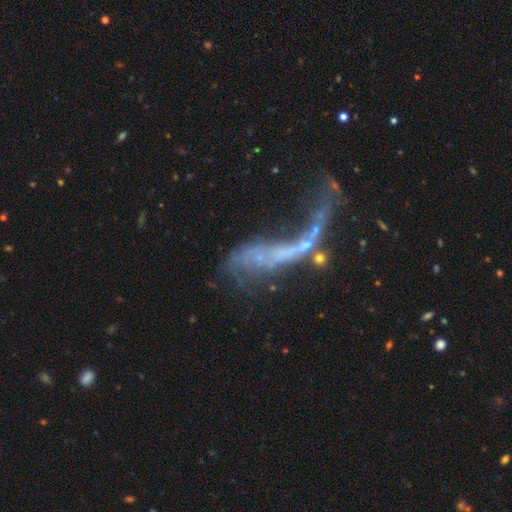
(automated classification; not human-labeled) smooth-or-featured: featured or disk: 62% | smooth: 21% | star or artifact: 17%
  disk-edge-on: no: 85% | yes: 15%
    bar: no: 79% | weak: 13% | strong: 8%
    has-spiral-arms: no: 70% | yes: 30%
    bulge-size: none: 66% | small: 25% | moderate: 6% | large: 2% | dominant: 2%
  merging: major disturbance: 41% | merger: 30% | none: 18% | minor disturbance: 11%